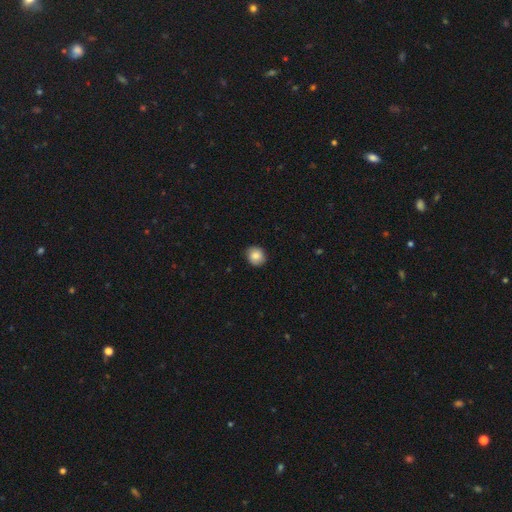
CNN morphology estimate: This is clearly a smooth galaxy (84%). How rounded: likely round (78%). Merging: clearly none (87%).